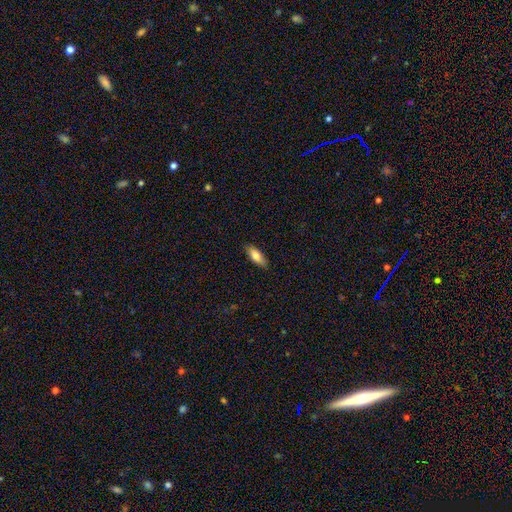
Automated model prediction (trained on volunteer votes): This appears to be a smooth galaxy with no disk features (76%) that is in between round and cigar-shaped (72%). Merging: none (86%).